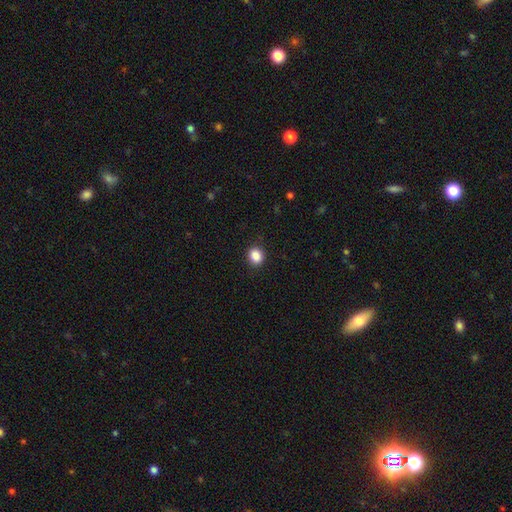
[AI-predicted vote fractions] The model was most divided on "how rounded": round: 66%, in between: 33%, cigar-shaped: 1%. More confident: merging — none (88%); smooth or featured — smooth (88%).